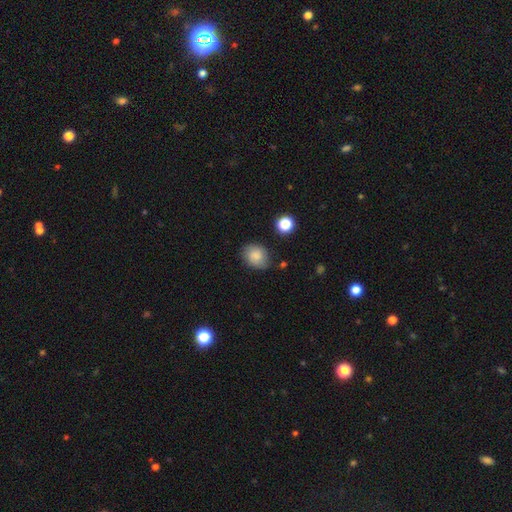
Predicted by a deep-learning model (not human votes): This appears to be a smooth galaxy with no disk features (82%) that is round (53%). Merging: none (74%).